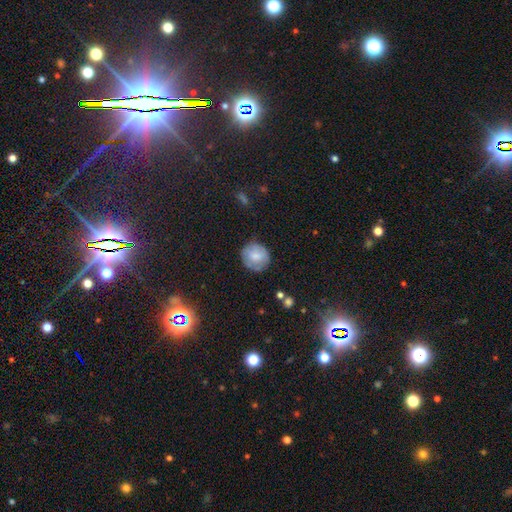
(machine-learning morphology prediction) Smooth or featured?
  - smooth: 71% *
  - featured or disk: 21%
  - star or artifact: 9%
How rounded?
  - round: 88% *
  - in between: 11%
  - cigar-shaped: 1%
Merging?
  - none: 74% *
  - minor disturbance: 19%
  - major disturbance: 5%
  - merger: 2%